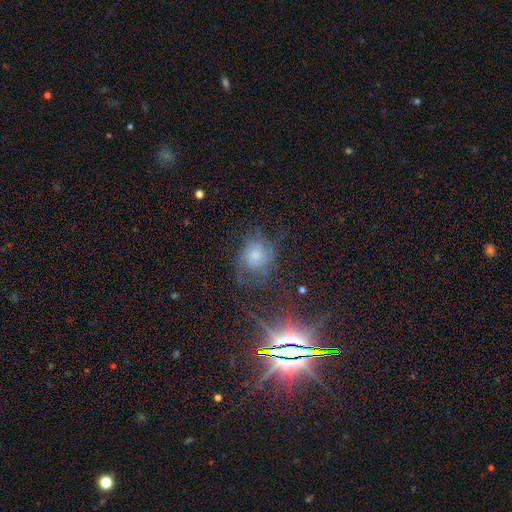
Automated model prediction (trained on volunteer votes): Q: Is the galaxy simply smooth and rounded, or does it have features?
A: featured or disk — 57%.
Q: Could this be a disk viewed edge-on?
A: no — 97%.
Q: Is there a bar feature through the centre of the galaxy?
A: no — 72%.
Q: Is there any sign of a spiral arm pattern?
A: yes — 82%.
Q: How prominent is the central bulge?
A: moderate — 43%.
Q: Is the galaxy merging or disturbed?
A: none — 50%.